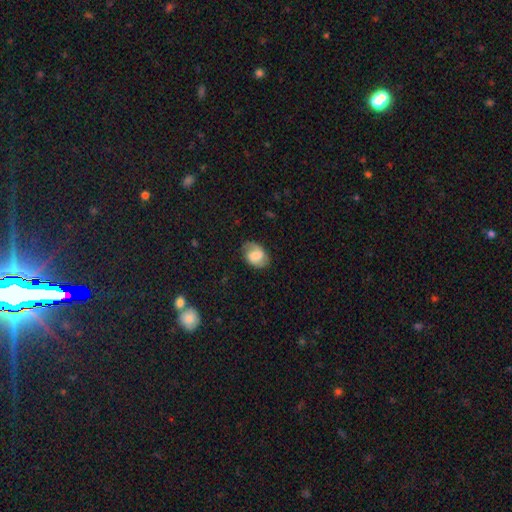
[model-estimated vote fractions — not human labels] featured or disk 47%, smooth 45%, star or artifact 9%. Down the decision tree: merging — none (73%).